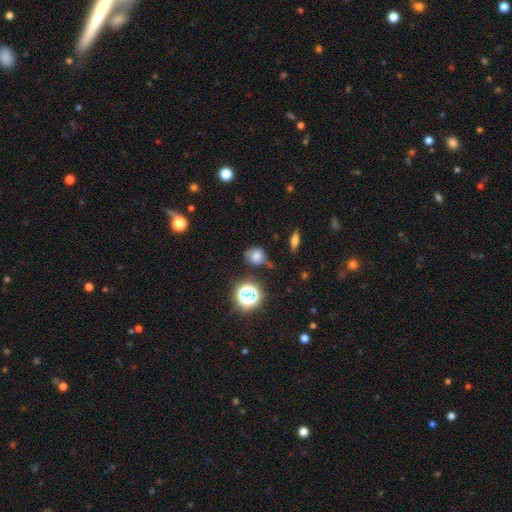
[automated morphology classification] Smooth or featured?
  - smooth: 66% *
  - star or artifact: 21%
  - featured or disk: 13%
How rounded?
  - round: 72% *
  - in between: 27%
  - cigar-shaped: 1%
Merging?
  - none: 55% *
  - minor disturbance: 28%
  - major disturbance: 11%
  - merger: 6%